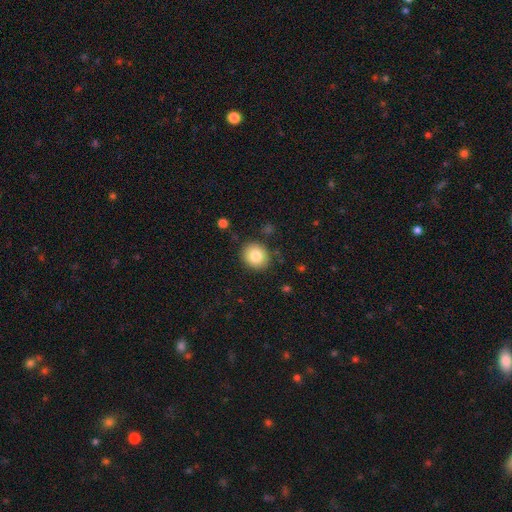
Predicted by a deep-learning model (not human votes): smooth-or-featured: smooth: 82% | featured or disk: 9% | star or artifact: 9%
  how-rounded: round: 78% | in between: 21% | cigar-shaped: 1%
  merging: none: 87% | minor disturbance: 9% | major disturbance: 2% | merger: 2%